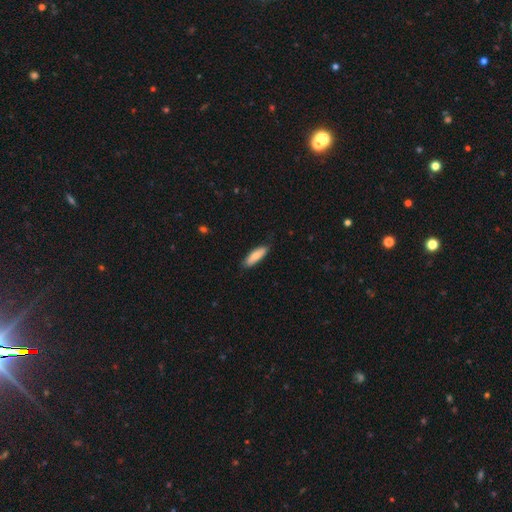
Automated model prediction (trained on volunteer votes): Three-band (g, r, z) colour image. It shows a smooth galaxy with no disk features (78%) that is in between round and cigar-shaped (52%). Merging: none (83%).